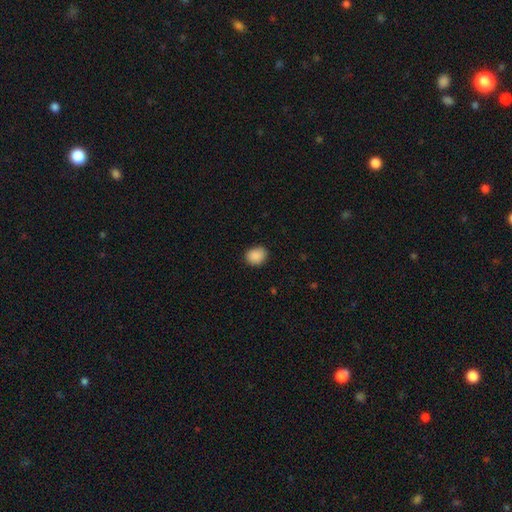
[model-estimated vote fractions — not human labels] smooth-or-featured: smooth: 89% | star or artifact: 8% | featured or disk: 3%
  how-rounded: round: 59% | in between: 40% | cigar-shaped: 1%
  merging: none: 87% | minor disturbance: 9% | major disturbance: 2% | merger: 1%